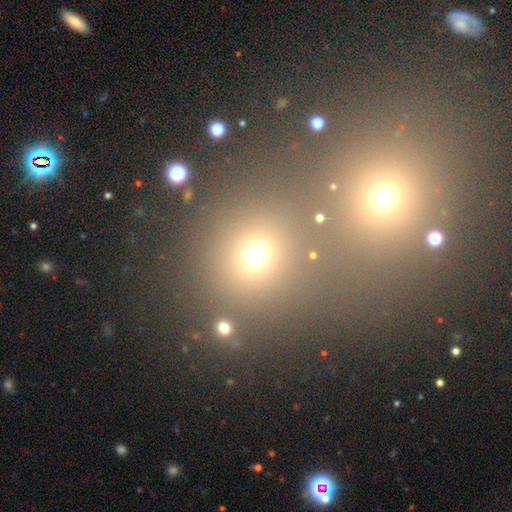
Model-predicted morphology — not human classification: Overall: smooth (62%; star or artifact 30%). How rounded: round (83%). Merging: none (58%; merger 30%).